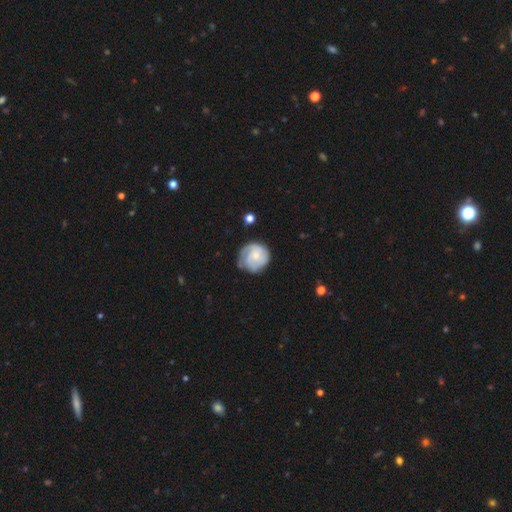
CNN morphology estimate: Smooth or featured: featured or disk — 65% (smooth — 29%)
Edge-on disk: no — 98% (yes — 2%)
Bar: no — 75% (weak — 22%)
Spiral arms: yes — 88% (no — 12%)
Spiral winding: tight — 61% (medium — 29%)
Spiral arm count: can't tell — 32% (2 — 26%)
Bulge size: small — 61% (moderate — 30%)
Merging: none — 63% (minor disturbance — 24%)